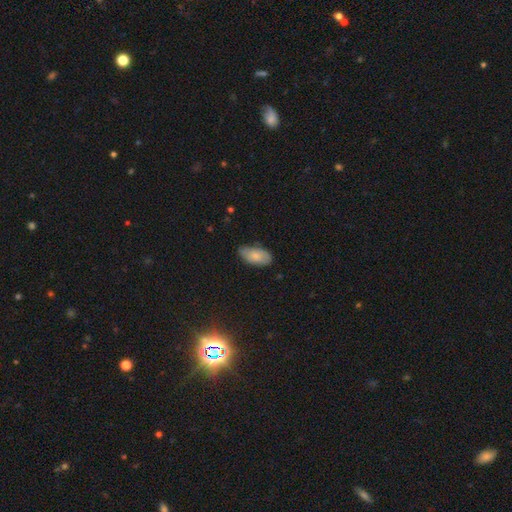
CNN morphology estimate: A smooth galaxy with no disk features (75%) that is in between round and cigar-shaped (93%).

Vote fractions:
- Smooth or featured? smooth: 75% / featured or disk: 18% / star or artifact: 7%
- How rounded? in between: 93% / cigar-shaped: 4% / round: 3%
- Merging? none: 69% / minor disturbance: 25% / major disturbance: 4% / merger: 1%